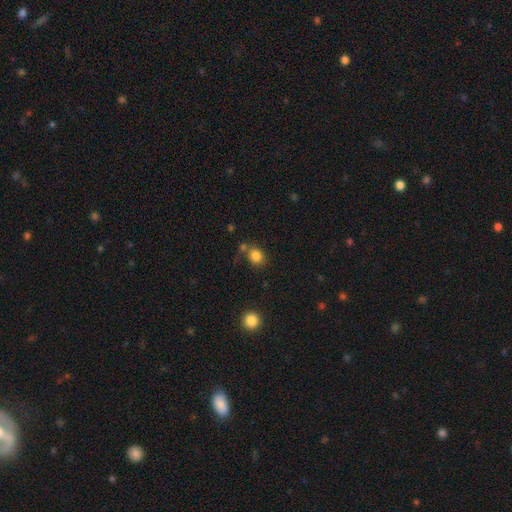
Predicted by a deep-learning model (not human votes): Smooth or featured? smooth (82%)
How rounded? round (70%)
Merging? none (61%)